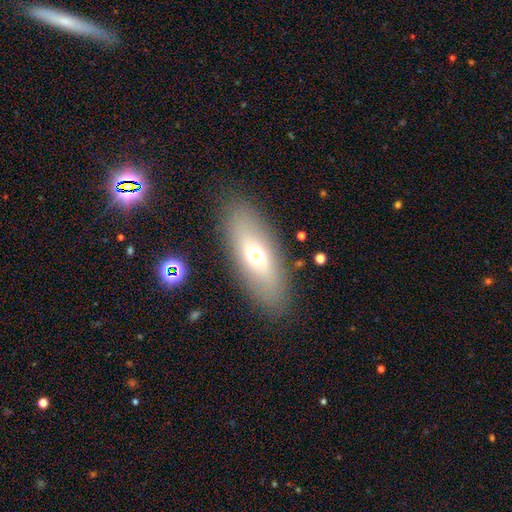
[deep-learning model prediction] Smooth or featured? smooth (57%)
How rounded? in between (71%)
Merging? none (85%)